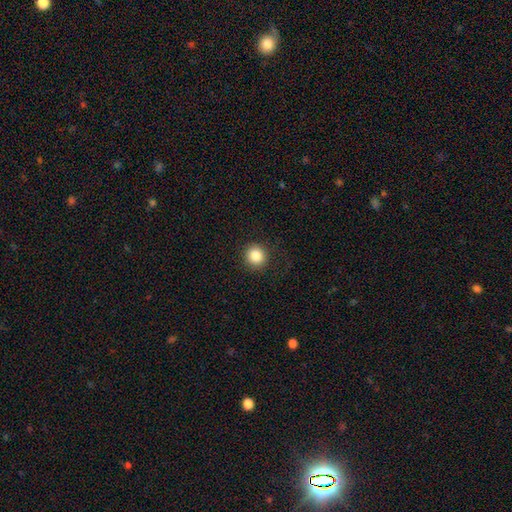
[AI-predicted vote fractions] A smooth galaxy with no disk features (85%) that is round (93%).

Vote fractions:
- Smooth or featured? smooth: 85% / star or artifact: 10% / featured or disk: 5%
- How rounded? round: 93% / in between: 6% / cigar-shaped: 1%
- Merging? none: 91% / minor disturbance: 6% / major disturbance: 2% / merger: 1%